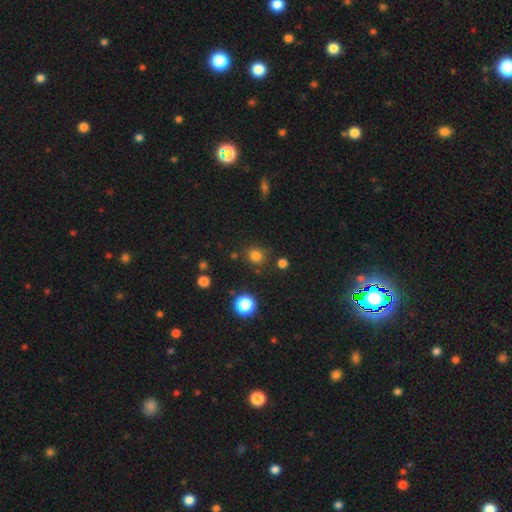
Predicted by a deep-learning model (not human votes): This appears to be a smooth galaxy with no disk features (79%) that is round (85%). Merging: none (82%).